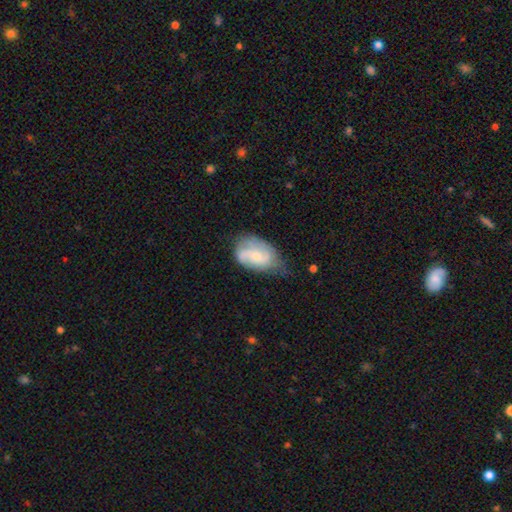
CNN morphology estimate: type=featured or disk (65%); edge-on=no (97%); bar=no (57%); spiral arms=yes (88%); winding=medium (45%); arm count=2 (65%); bulge=small (53%); merging=none (50%).